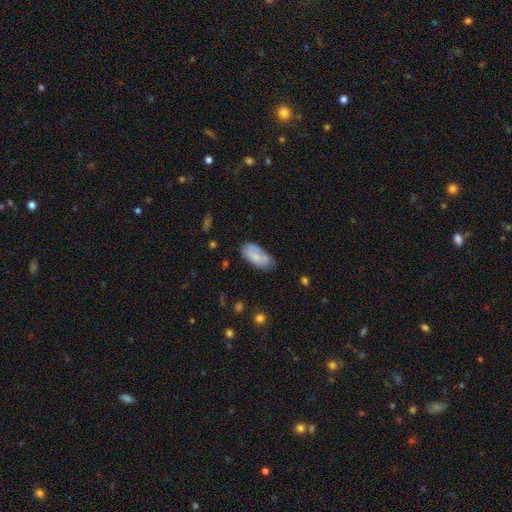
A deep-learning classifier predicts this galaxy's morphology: This is likely a smooth galaxy (74%). How rounded: clearly in between (91%). Merging: possibly none (57%).